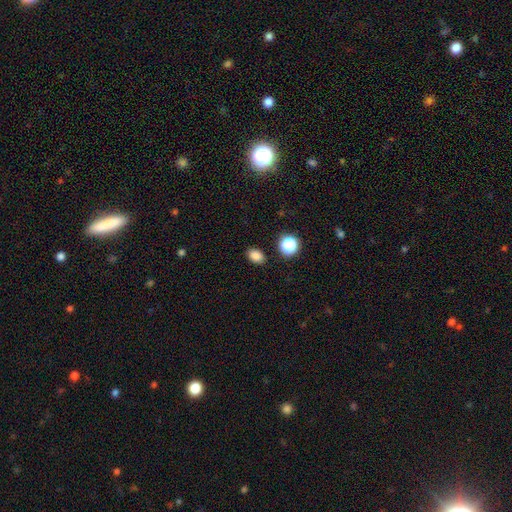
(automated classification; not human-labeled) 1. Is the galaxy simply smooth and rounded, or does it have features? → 84% smooth, 13% star or artifact, 4% featured or disk.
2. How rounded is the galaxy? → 75% in between, 24% round, 1% cigar-shaped.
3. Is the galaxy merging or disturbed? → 86% none, 9% minor disturbance, 3% merger, 2% major disturbance.